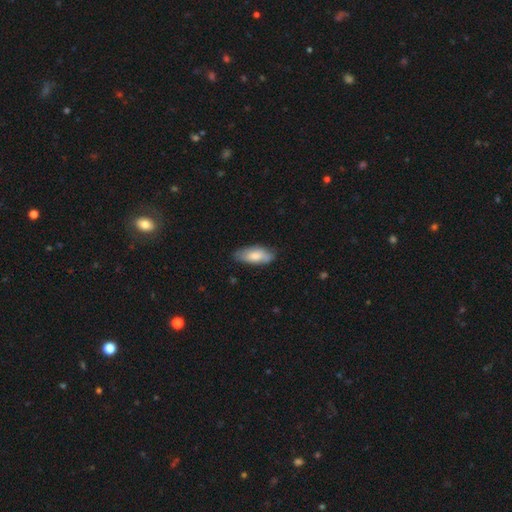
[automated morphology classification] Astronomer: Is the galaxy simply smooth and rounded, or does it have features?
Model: smooth — 77%.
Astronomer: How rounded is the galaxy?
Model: in between — 82%.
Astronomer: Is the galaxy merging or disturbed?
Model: none — 75%.